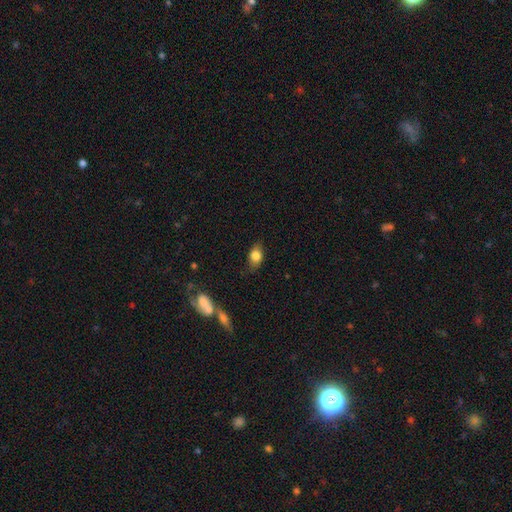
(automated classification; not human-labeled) A smooth galaxy with no disk features (80%) that is in between round and cigar-shaped (81%). Merging: none (79%).